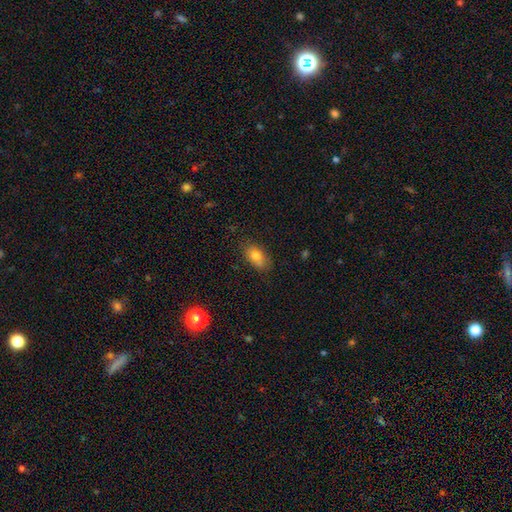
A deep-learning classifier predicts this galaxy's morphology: Smooth or featured?
  - smooth: 77% *
  - featured or disk: 14%
  - star or artifact: 9%
How rounded?
  - in between: 85% *
  - round: 12%
  - cigar-shaped: 3%
Merging?
  - none: 68% *
  - minor disturbance: 20%
  - merger: 8%
  - major disturbance: 4%